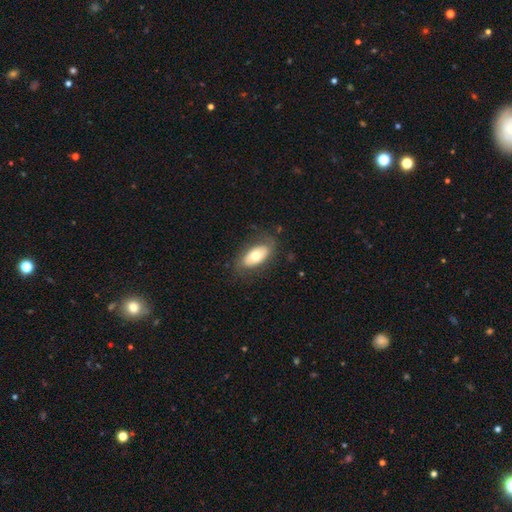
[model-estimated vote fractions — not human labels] Morphology: type=smooth (59%); roundness=in between (92%); merging=none (76%).